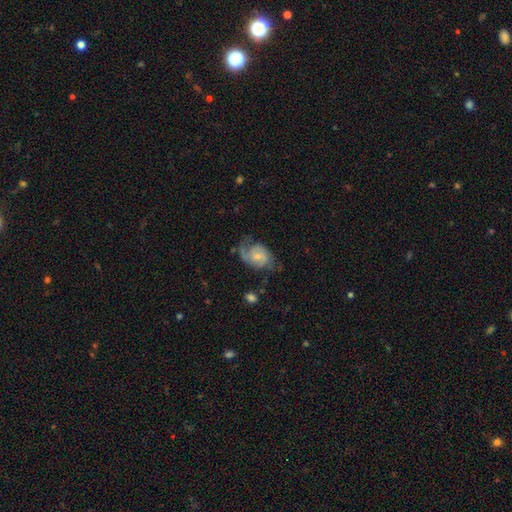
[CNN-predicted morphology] Smooth or featured: featured or disk — 73% (smooth — 20%)
Edge-on disk: no — 97% (yes — 3%)
Bar: no — 58% (weak — 37%)
Spiral arms: yes — 93% (no — 7%)
Spiral winding: medium — 45% (loose — 28%)
Spiral arm count: 2 — 66% (1 — 16%)
Bulge size: small — 58% (moderate — 30%)
Merging: none — 51% (minor disturbance — 26%)